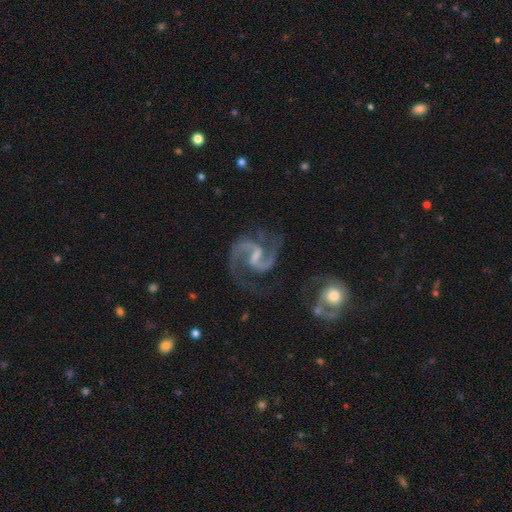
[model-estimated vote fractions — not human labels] smooth_or_featured: featured or disk (p=0.93) [alt: star or artifact p=0.04]
disk_edge_on: no (p=0.98) [alt: yes p=0.02]
bar: weak (p=0.54) [alt: strong p=0.29]
has_spiral_arms: yes (p=0.98) [alt: no p=0.02]
spiral_winding: medium (p=0.65) [alt: loose p=0.23]
spiral_arm_count: 2 (p=0.94) [alt: can't tell p=0.01]
bulge_size: small (p=0.41) [alt: none p=0.33]
merging: none (p=0.71) [alt: minor disturbance p=0.16]